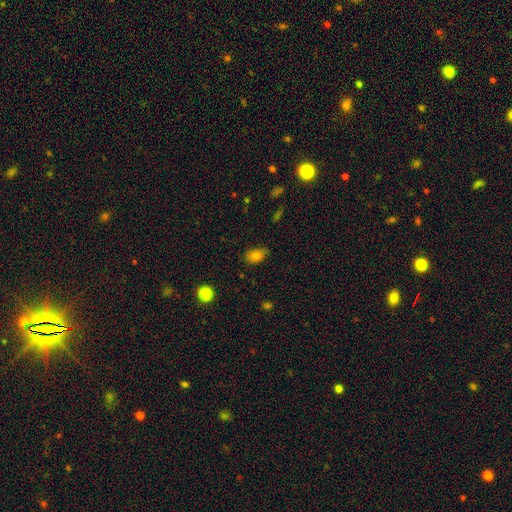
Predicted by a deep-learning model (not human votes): smooth_or_featured: smooth (p=0.79) [alt: star or artifact p=0.12]
how_rounded: in between (p=0.81) [alt: round p=0.18]
merging: none (p=0.73) [alt: minor disturbance p=0.22]